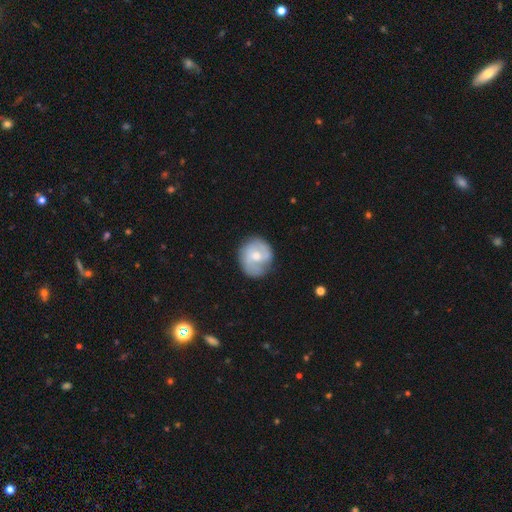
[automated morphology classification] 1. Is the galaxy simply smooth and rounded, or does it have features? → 55% featured or disk, 39% smooth, 6% star or artifact.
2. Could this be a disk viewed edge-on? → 97% no, 3% yes.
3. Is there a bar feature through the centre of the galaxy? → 55% no, 39% weak, 7% strong.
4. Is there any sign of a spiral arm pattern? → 78% yes, 22% no.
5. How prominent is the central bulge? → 64% moderate, 27% small, 5% large, 2% none, 1% dominant.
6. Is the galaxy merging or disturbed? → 70% none, 21% minor disturbance, 7% major disturbance, 2% merger.